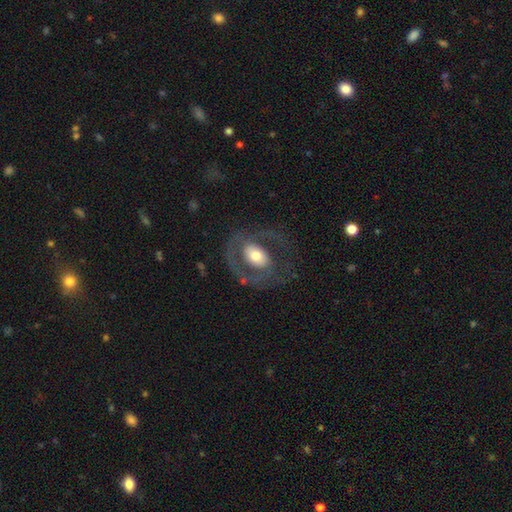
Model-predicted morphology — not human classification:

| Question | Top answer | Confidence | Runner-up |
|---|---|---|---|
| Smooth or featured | featured or disk | 65% | smooth (29%) |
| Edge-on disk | no | 95% | yes (5%) |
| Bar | no | 54% | weak (29%) |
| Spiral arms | yes | 61% | no (39%) |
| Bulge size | moderate | 57% | large (26%) |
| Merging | none | 59% | major disturbance (23%) |